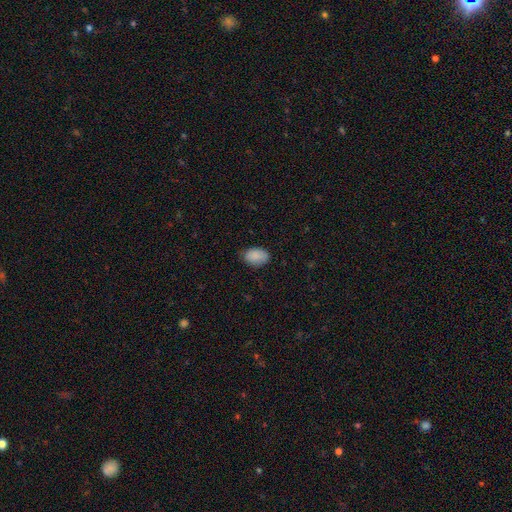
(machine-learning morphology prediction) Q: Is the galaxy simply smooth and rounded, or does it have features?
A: smooth — 89%.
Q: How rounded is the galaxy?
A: in between — 89%.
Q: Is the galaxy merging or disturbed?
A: none — 77%.